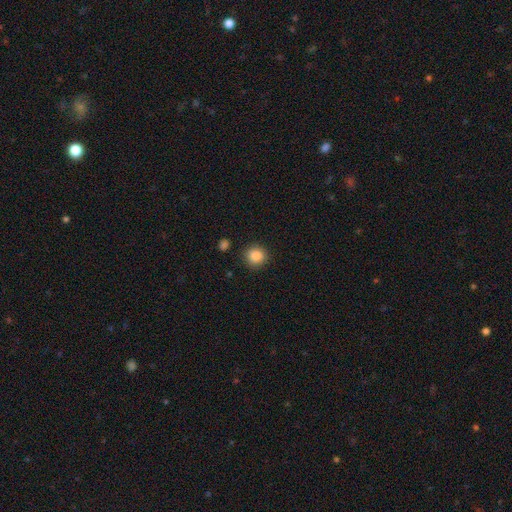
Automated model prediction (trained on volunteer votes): Smooth or featured: smooth — 86% (star or artifact — 10%)
How rounded: round — 89% (in between — 10%)
Merging: none — 89% (minor disturbance — 7%)